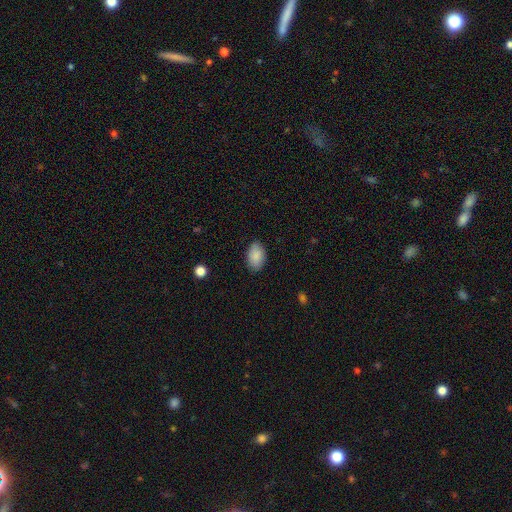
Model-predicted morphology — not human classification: Smooth or featured? Predicted: smooth (p=0.88). How rounded? Predicted: in between (p=0.91). Merging? Predicted: none (p=0.84).